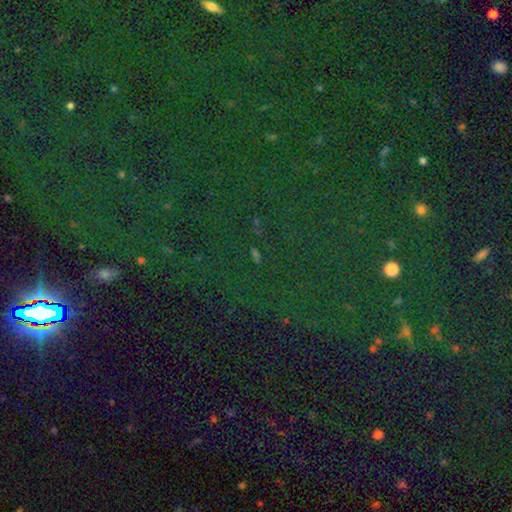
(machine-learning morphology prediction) The model was most divided on "smooth or featured": star or artifact: 81%, smooth: 12%, featured or disk: 8%.